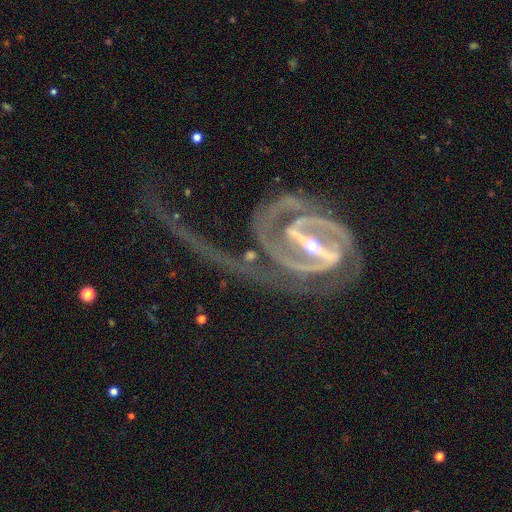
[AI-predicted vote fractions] Smooth or featured: featured or disk — 91% (star or artifact — 6%)
Edge-on disk: no — 96% (yes — 4%)
Bar: strong — 61% (weak — 28%)
Spiral arms: yes — 97% (no — 3%)
Spiral winding: tight — 50% (medium — 37%)
Spiral arm count: 2 — 62% (3 — 11%)
Bulge size: small — 62% (moderate — 33%)
Merging: major disturbance — 40% (none — 35%)